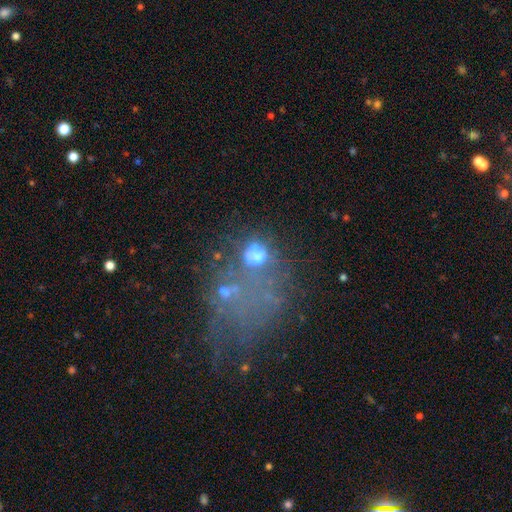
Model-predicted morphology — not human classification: A featured or disk galaxy (38%). Merging: major disturbance (34%).